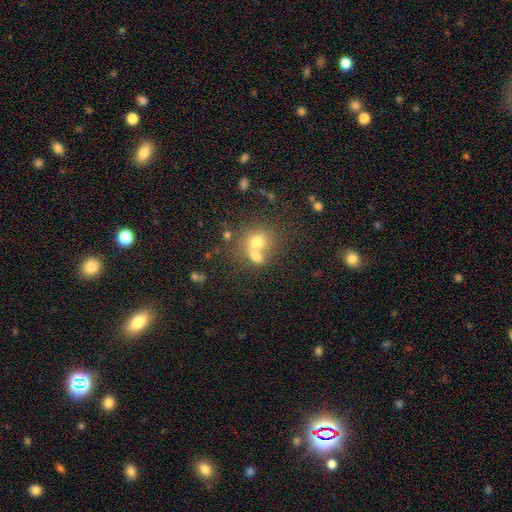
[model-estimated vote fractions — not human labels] A smooth galaxy with no disk features (70%) that is round (57%).

Vote fractions:
- Smooth or featured? smooth: 70% / featured or disk: 17% / star or artifact: 13%
- How rounded? round: 57% / in between: 41% / cigar-shaped: 2%
- Merging? merger: 59% / none: 29% / minor disturbance: 8% / major disturbance: 5%